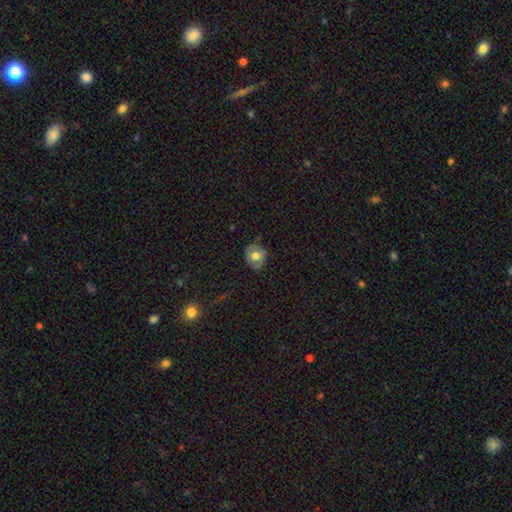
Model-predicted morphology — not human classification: The model was most divided on "how rounded": round: 61%, in between: 38%, cigar-shaped: 1%. More confident: merging — none (71%); smooth or featured — smooth (64%).